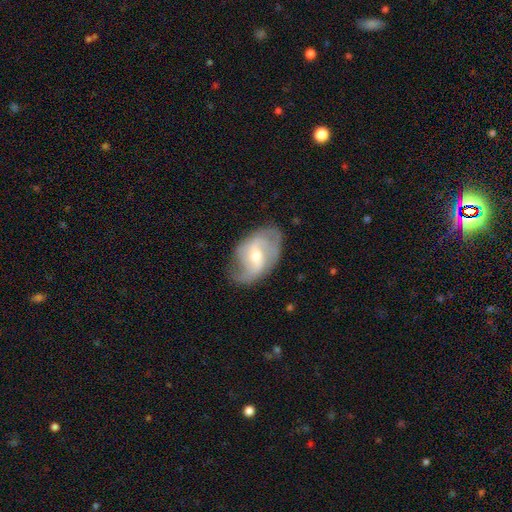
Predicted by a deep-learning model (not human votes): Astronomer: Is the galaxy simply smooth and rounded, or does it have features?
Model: featured or disk — 78%.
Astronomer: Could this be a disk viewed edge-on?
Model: no — 96%.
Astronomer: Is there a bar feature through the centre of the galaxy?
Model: weak — 52%.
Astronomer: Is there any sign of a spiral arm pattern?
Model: yes — 89%.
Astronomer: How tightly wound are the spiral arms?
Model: medium — 42% (runner-up: loose, 38%).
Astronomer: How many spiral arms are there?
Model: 2 — 66%.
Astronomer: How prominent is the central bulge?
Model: moderate — 56% (runner-up: small, 39%).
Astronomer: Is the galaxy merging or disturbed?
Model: none — 67%.